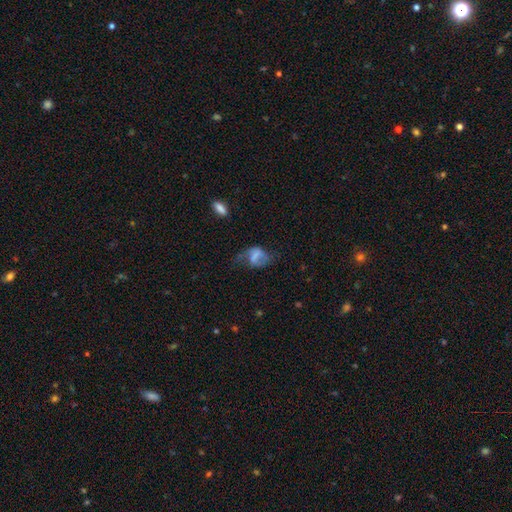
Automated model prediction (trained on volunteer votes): This is possibly a smooth galaxy (49%). Merging: marginally major disturbance (38%).